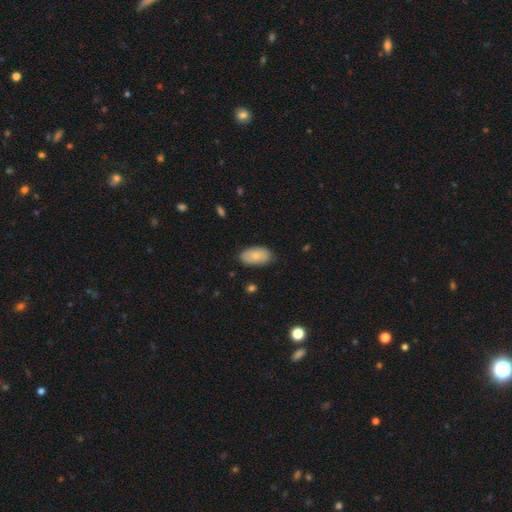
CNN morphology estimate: Smooth or featured? smooth (78%)
How rounded? in between (94%)
Merging? none (78%)